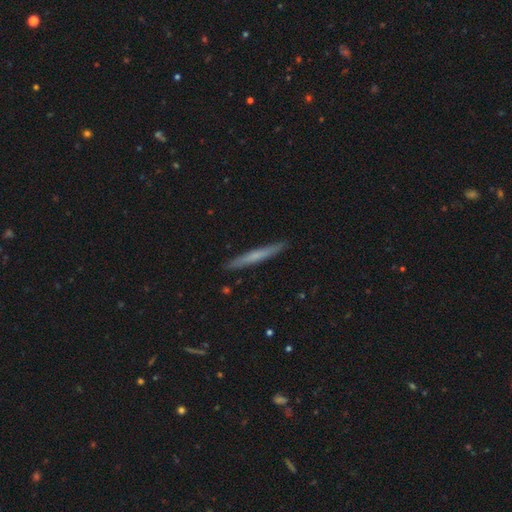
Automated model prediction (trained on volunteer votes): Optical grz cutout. It shows a smooth galaxy with no disk features (56%) that is cigar-shaped (97%). Merging: none (91%).